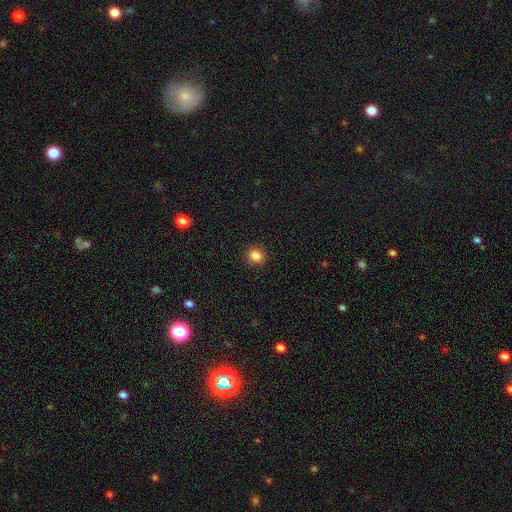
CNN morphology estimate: A smooth galaxy with no disk features (85%) that is round (83%).

Vote fractions:
- Smooth or featured? smooth: 85% / star or artifact: 11% / featured or disk: 4%
- How rounded? round: 83% / in between: 16% / cigar-shaped: 1%
- Merging? none: 91% / minor disturbance: 6% / major disturbance: 2% / merger: 1%